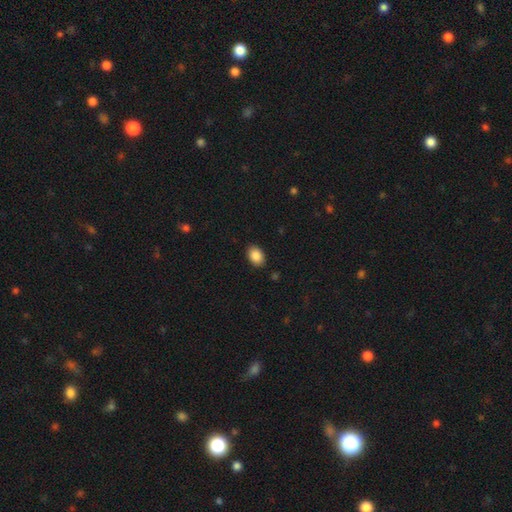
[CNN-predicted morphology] Q: Smooth or featured?
A: smooth (88%); runner-up: star or artifact (8%)
Q: How rounded?
A: in between (83%); runner-up: round (16%)
Q: Merging?
A: none (88%); runner-up: minor disturbance (9%)